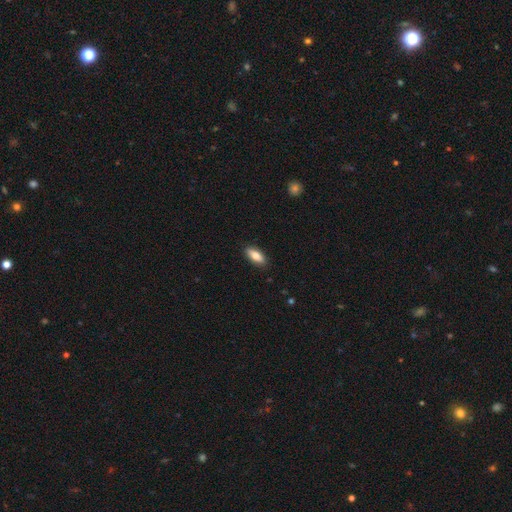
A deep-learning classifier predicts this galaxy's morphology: type=smooth (78%); roundness=in between (79%); merging=none (89%).